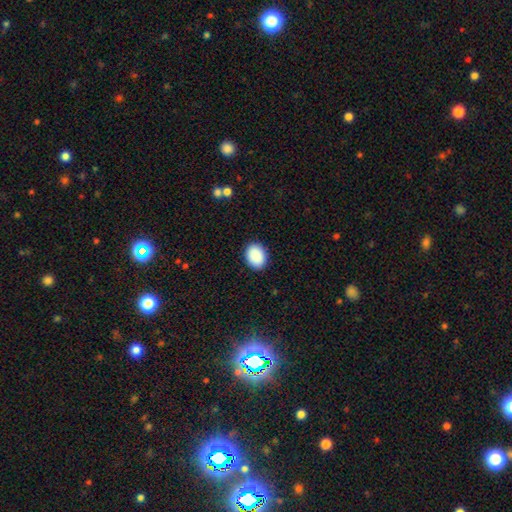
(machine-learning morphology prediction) The model was most divided on "how rounded": in between: 68%, round: 31%, cigar-shaped: 1%. More confident: smooth or featured — smooth (90%); merging — none (89%).